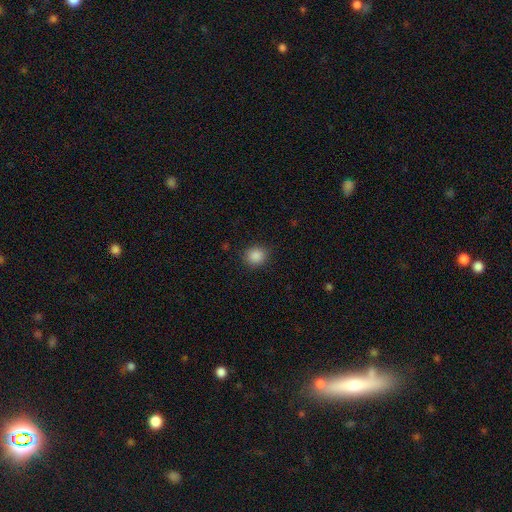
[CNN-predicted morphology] A smooth galaxy with no disk features (87%) that is round (82%).

Vote fractions:
- Smooth or featured? smooth: 87% / star or artifact: 10% / featured or disk: 3%
- How rounded? round: 82% / in between: 17% / cigar-shaped: 1%
- Merging? none: 88% / minor disturbance: 9% / major disturbance: 3% / merger: 1%